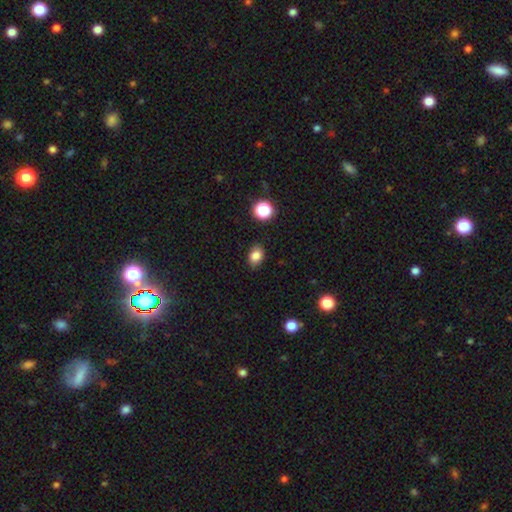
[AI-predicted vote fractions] Smooth or featured?
  - smooth: 83% *
  - star or artifact: 11%
  - featured or disk: 6%
How rounded?
  - in between: 71% *
  - round: 28%
  - cigar-shaped: 1%
Merging?
  - none: 85% *
  - minor disturbance: 11%
  - major disturbance: 2%
  - merger: 2%